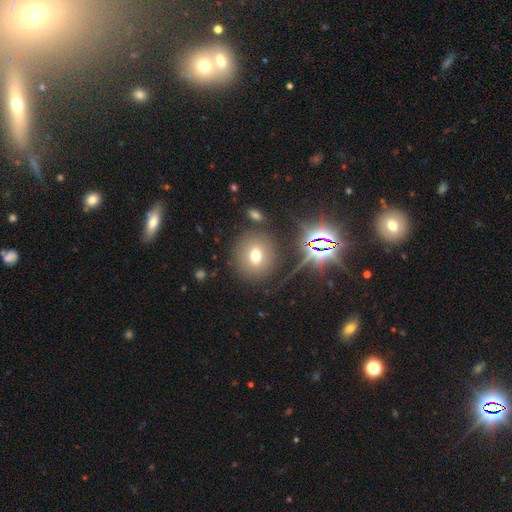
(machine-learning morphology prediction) Smooth or featured? smooth (64%)
How rounded? round (83%)
Merging? none (84%)